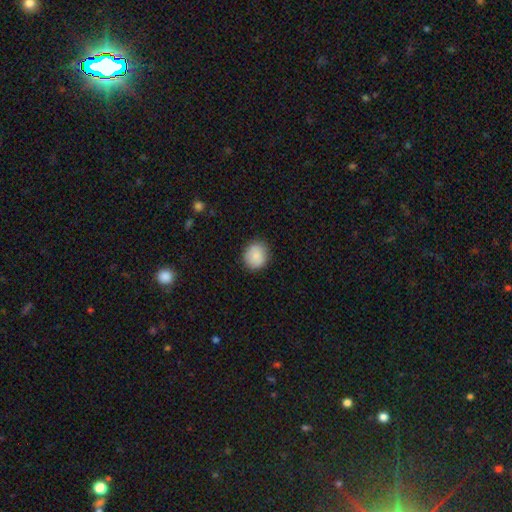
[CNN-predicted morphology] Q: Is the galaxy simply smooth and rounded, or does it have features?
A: smooth — 87%.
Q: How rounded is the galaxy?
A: round — 79%.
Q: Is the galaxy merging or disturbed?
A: none — 87%.